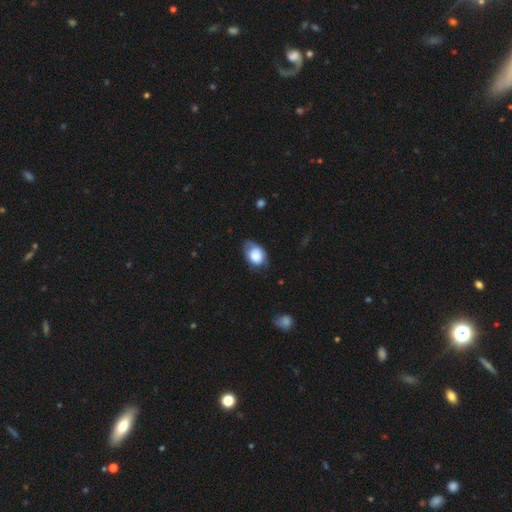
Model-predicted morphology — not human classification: This is likely a smooth galaxy (76%). How rounded: likely in between (74%). Merging: marginally none (44%).